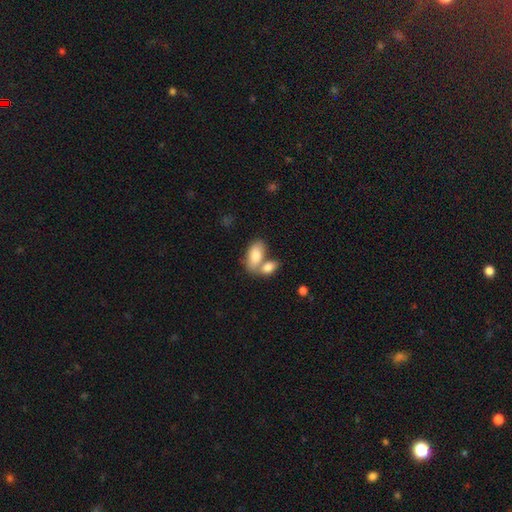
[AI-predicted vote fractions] smooth 82%, featured or disk 12%, star or artifact 6%. Down the decision tree: how rounded — in between (93%); merging — merger (55%).